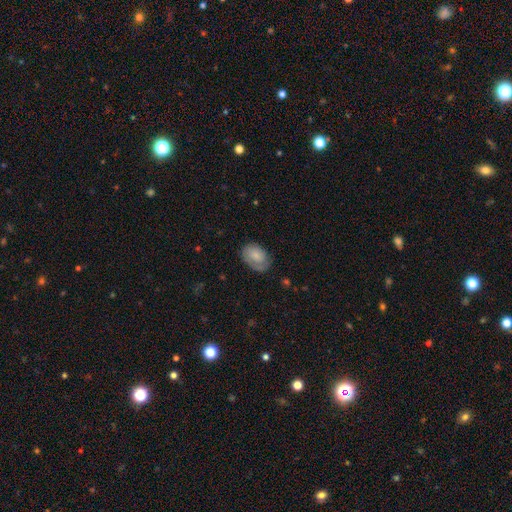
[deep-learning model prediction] The model was most divided on "smooth or featured": smooth: 66%, featured or disk: 27%, star or artifact: 7%. More confident: how rounded — in between (83%); merging — none (66%).